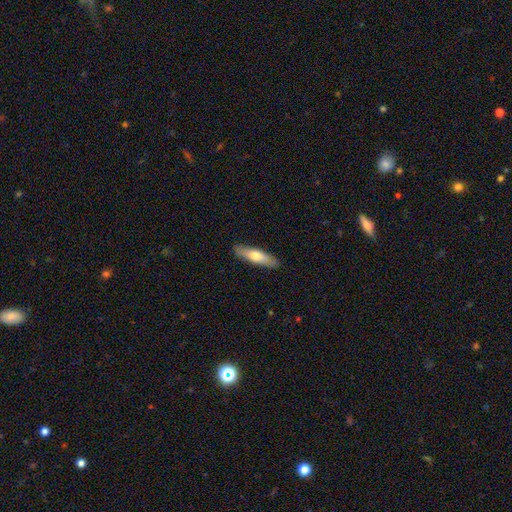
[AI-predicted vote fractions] The model was most divided on "smooth or featured": smooth: 61%, featured or disk: 33%, star or artifact: 5%. More confident: merging — none (89%); how rounded — cigar-shaped (73%).